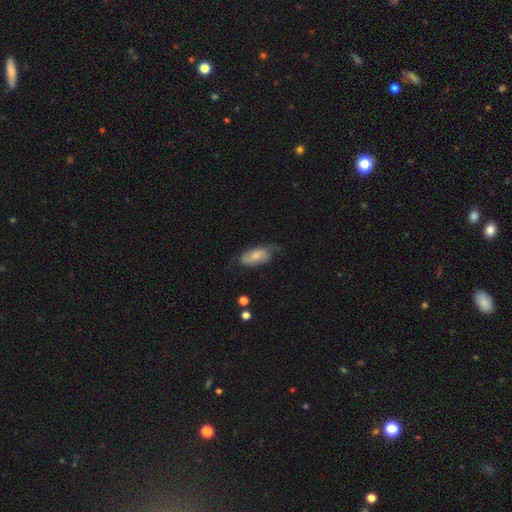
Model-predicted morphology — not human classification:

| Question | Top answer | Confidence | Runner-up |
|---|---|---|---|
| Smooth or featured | smooth | 62% | featured or disk (32%) |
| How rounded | in between | 89% | cigar-shaped (9%) |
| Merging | none | 53% | minor disturbance (34%) |